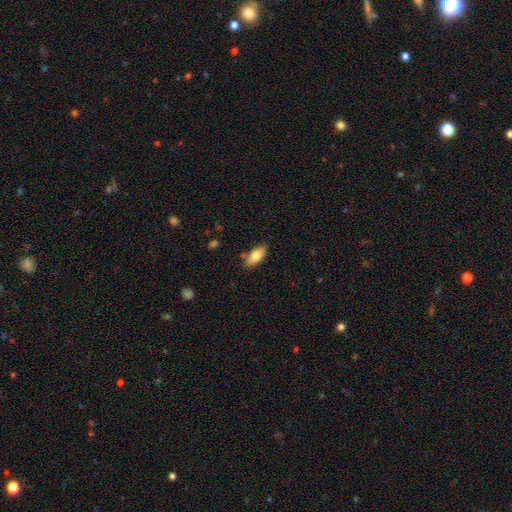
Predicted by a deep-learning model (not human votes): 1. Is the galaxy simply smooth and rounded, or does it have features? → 78% smooth, 16% featured or disk, 7% star or artifact.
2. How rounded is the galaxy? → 85% in between, 13% cigar-shaped, 3% round.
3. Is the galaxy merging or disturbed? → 82% none, 13% minor disturbance, 3% merger, 2% major disturbance.